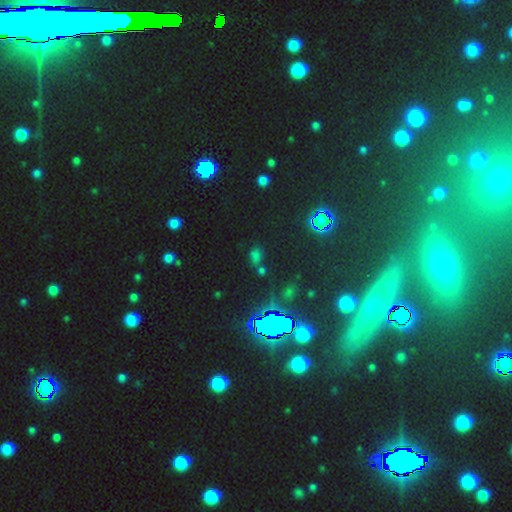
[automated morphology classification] A star or artifact, not a galaxy (57%).